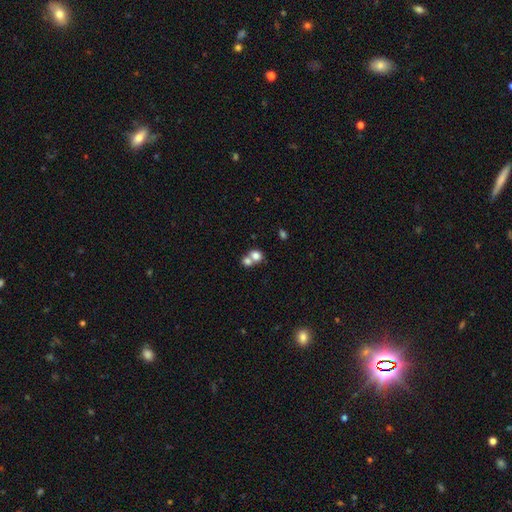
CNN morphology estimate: This appears to be a smooth galaxy with no disk features (76%) that is round (67%). Merging: merger (63%).